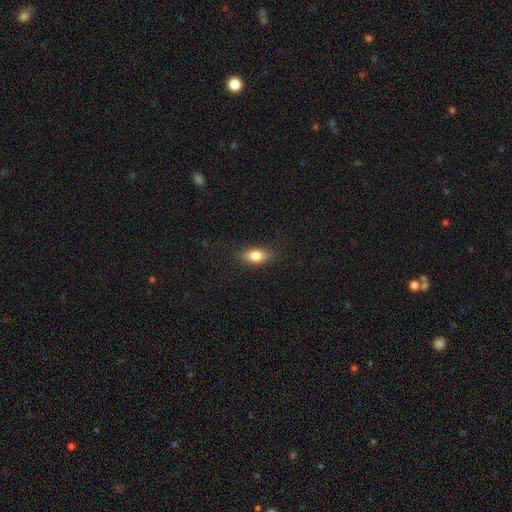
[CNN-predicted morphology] Smooth or featured? smooth (82%)
How rounded? in between (85%)
Merging? none (84%)